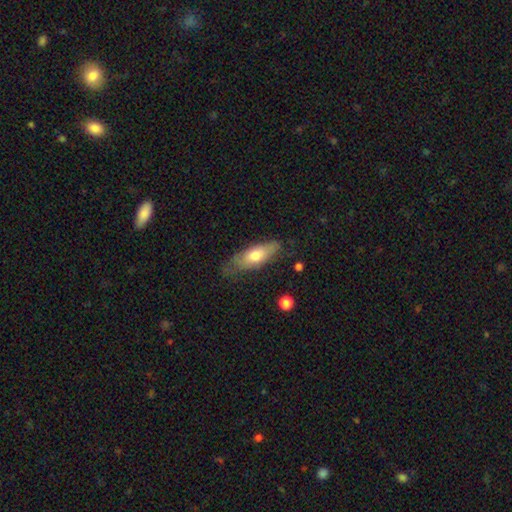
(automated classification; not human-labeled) This appears to be a smooth galaxy with no disk features (63%) that is in between round and cigar-shaped (69%). Merging: none (59%).